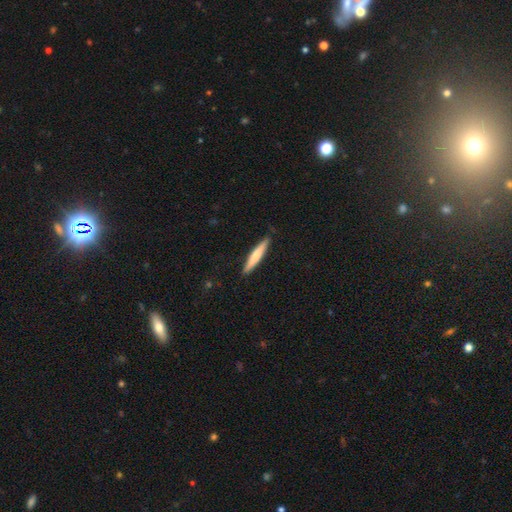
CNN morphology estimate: This is likely a smooth galaxy (65%). How rounded: clearly cigar-shaped (93%). Merging: clearly none (88%).